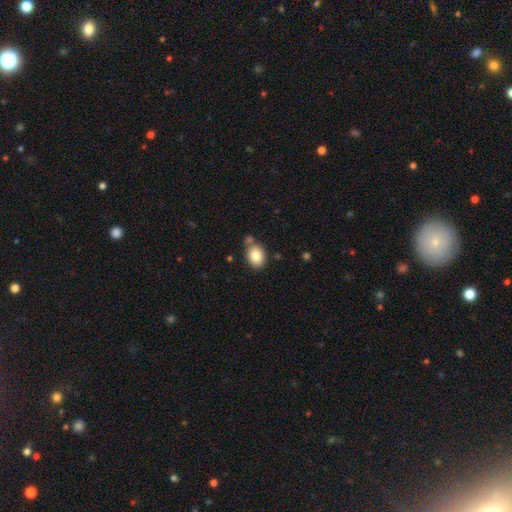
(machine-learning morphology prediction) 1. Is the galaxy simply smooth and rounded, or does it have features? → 83% smooth, 9% featured or disk, 8% star or artifact.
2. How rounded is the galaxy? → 64% in between, 35% round, 1% cigar-shaped.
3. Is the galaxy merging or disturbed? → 68% none, 14% minor disturbance, 14% merger, 4% major disturbance.